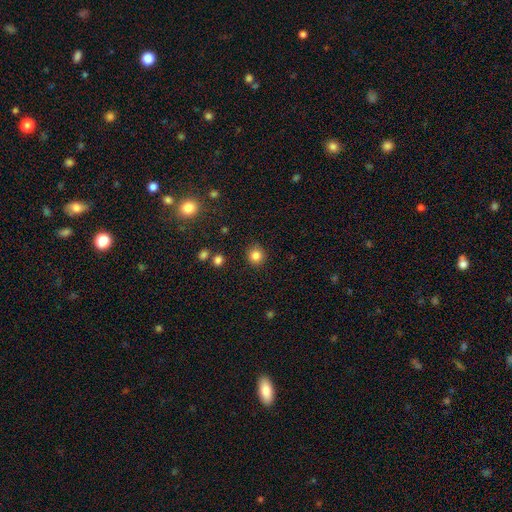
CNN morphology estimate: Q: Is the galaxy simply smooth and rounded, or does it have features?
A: smooth — 84%.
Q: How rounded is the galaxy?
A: round — 91%.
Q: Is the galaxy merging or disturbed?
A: none — 88%.